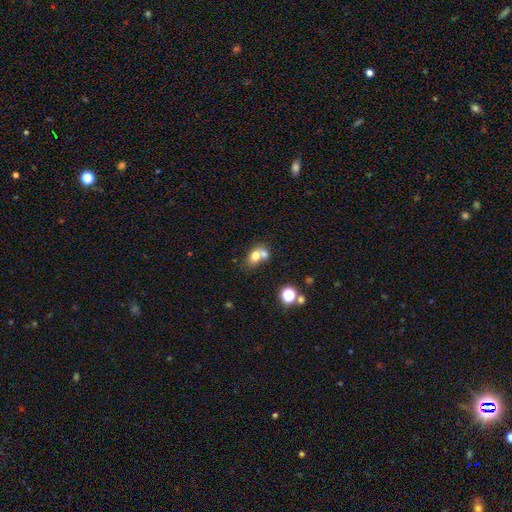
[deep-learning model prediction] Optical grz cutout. It shows a smooth galaxy with no disk features (71%) that is in between round and cigar-shaped (61%). Merging: merger (57%).